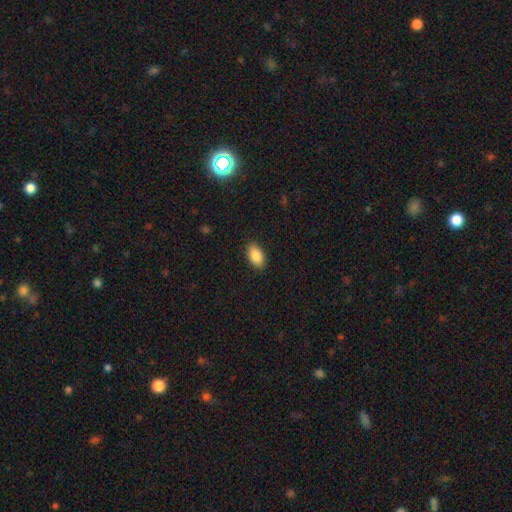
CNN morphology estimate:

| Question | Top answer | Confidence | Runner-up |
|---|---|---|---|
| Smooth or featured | smooth | 86% | star or artifact (7%) |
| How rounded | in between | 92% | round (5%) |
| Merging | none | 88% | minor disturbance (8%) |